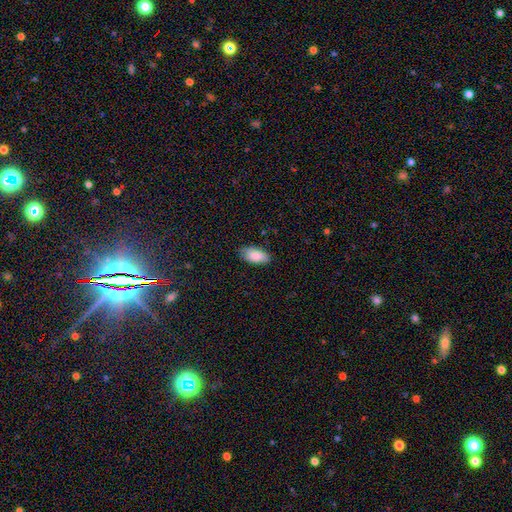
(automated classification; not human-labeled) Smooth or featured? smooth (87%)
How rounded? in between (94%)
Merging? none (81%)